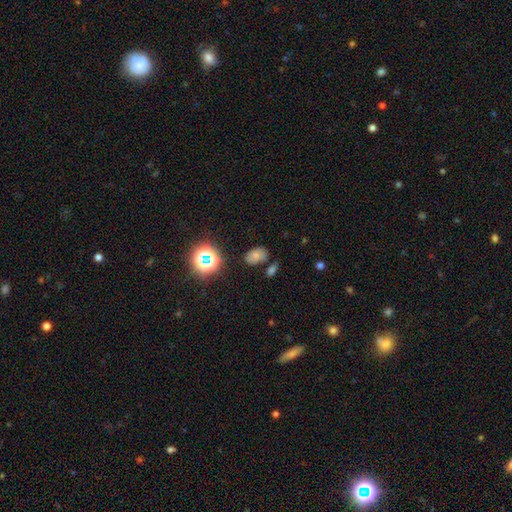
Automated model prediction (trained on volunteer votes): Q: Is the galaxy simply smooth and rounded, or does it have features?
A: smooth — 69%.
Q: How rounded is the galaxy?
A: in between — 87%.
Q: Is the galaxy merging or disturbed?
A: none — 69%.